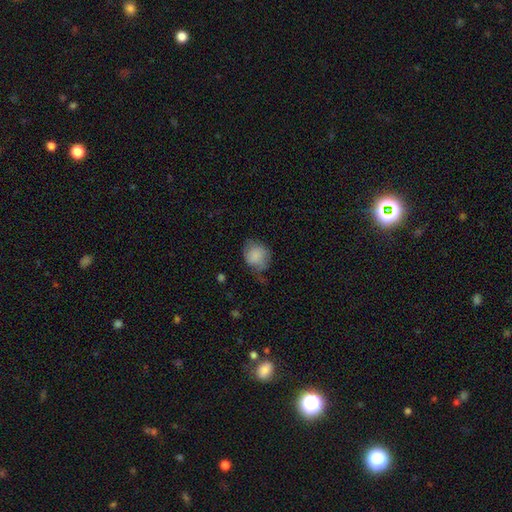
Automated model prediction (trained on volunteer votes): Overall: smooth (77%). How rounded: round (65%; in between 34%). Merging: none (47%; minor disturbance 37%).